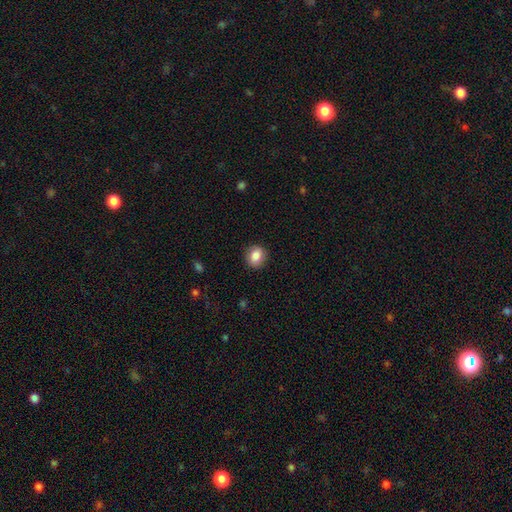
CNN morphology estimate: A smooth galaxy with no disk features (84%) that is round (75%). Merging: none (89%).